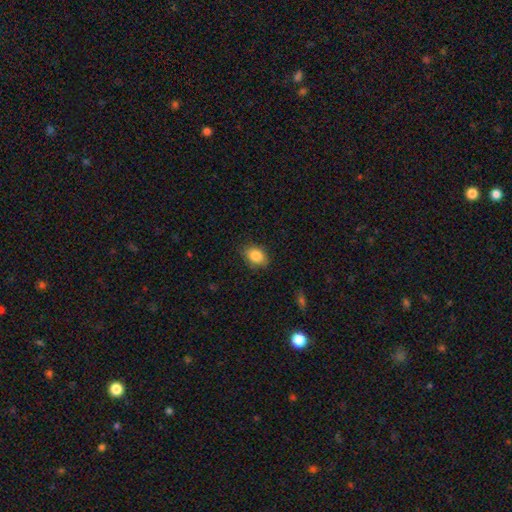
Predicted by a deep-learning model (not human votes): The model was most divided on "how rounded": in between: 73%, round: 26%, cigar-shaped: 1%. More confident: smooth or featured — smooth (86%); merging — none (80%).